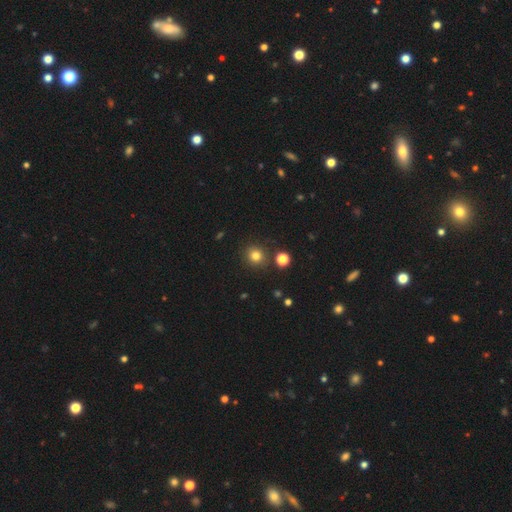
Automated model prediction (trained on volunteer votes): A smooth galaxy with no disk features (79%) that is round (89%). Merging: none (85%).